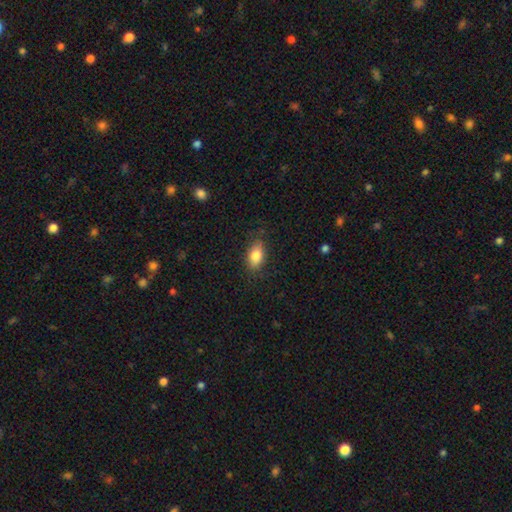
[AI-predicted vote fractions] This is clearly a smooth galaxy (82%). How rounded: clearly in between (88%). Merging: clearly none (82%).